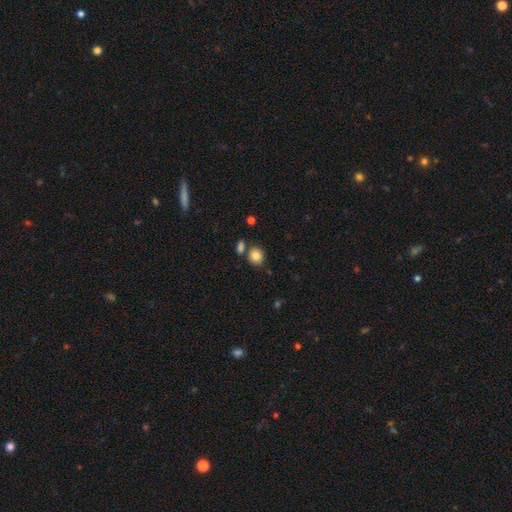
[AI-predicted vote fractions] Smooth or featured: smooth — 84% (star or artifact — 10%)
How rounded: round — 77% (in between — 21%)
Merging: none — 69% (merger — 16%)